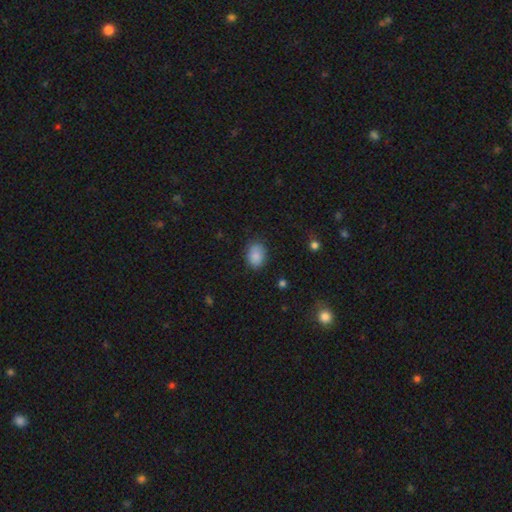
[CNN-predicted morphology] Smooth or featured? smooth (88%)
How rounded? in between (73%)
Merging? none (83%)